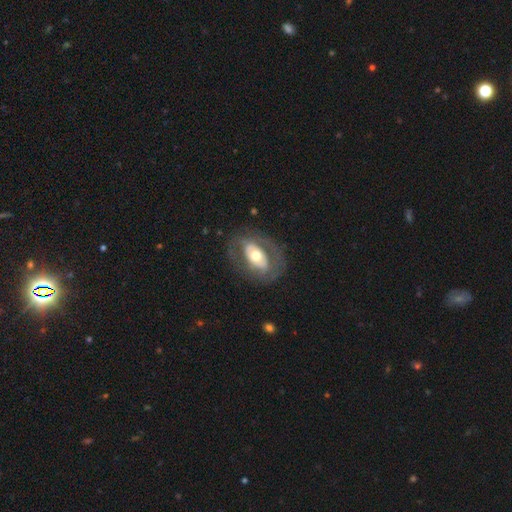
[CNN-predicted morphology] A featured or disk galaxy (63%) with no bar (61%), no spiral arms (64%) and a moderate central bulge (66%). Merging: none (69%).